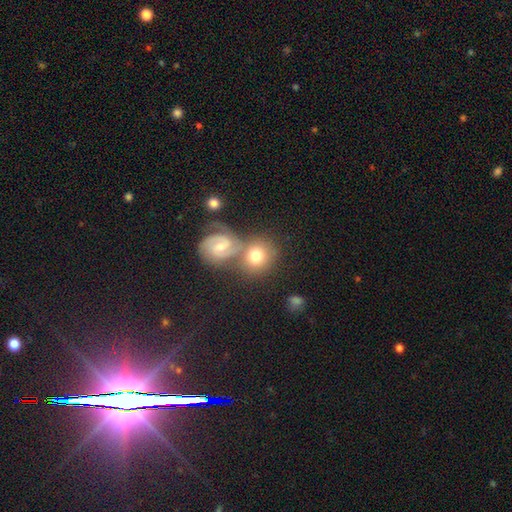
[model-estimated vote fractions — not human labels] A smooth galaxy with no disk features (60%) that is round (71%). Merging: merger (42%, tied with none).